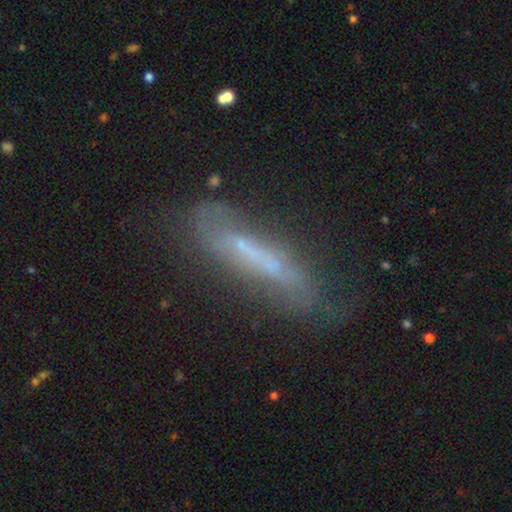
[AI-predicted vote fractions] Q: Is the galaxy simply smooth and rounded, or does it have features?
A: featured or disk — 58%.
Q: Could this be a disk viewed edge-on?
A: yes — 60%.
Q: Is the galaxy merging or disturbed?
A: none — 64%.